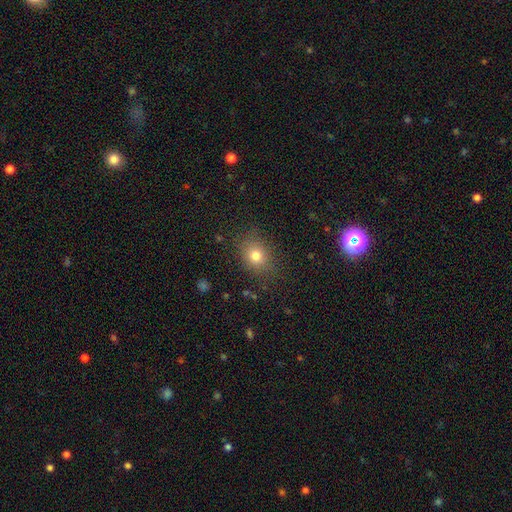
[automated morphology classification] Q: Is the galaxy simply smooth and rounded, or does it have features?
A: smooth — 78%.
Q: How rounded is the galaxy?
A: round — 51%.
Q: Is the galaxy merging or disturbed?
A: none — 81%.